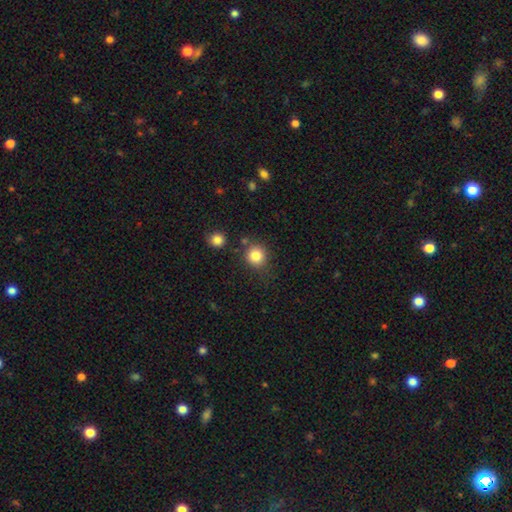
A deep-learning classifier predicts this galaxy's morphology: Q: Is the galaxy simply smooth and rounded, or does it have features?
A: smooth — 83%.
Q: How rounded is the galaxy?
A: round — 89%.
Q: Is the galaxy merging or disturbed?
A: none — 79%.